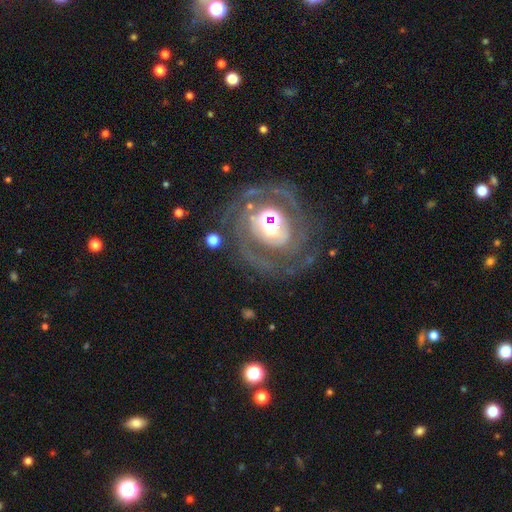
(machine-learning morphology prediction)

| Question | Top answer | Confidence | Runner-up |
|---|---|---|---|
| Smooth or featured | featured or disk | 79% | smooth (12%) |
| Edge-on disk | no | 95% | yes (5%) |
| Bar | no | 46% | weak (33%) |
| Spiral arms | yes | 76% | no (24%) |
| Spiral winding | tight | 60% | medium (30%) |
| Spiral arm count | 2 | 42% | can't tell (29%) |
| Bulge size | moderate | 50% | large (31%) |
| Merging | none | 75% | minor disturbance (13%) |